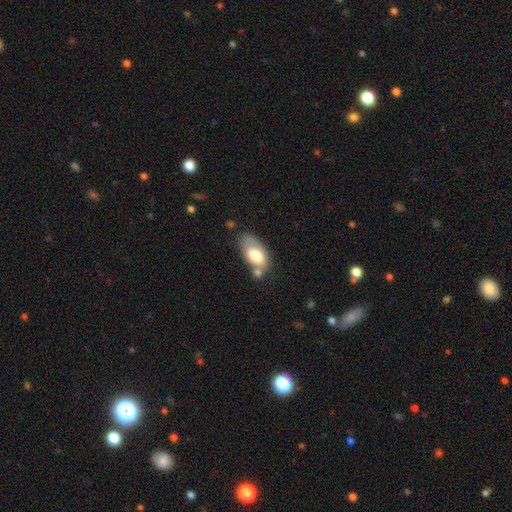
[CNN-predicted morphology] Smooth or featured? Predicted: smooth (p=0.71). How rounded? Predicted: in between (p=0.93). Merging? Predicted: none (p=0.43).